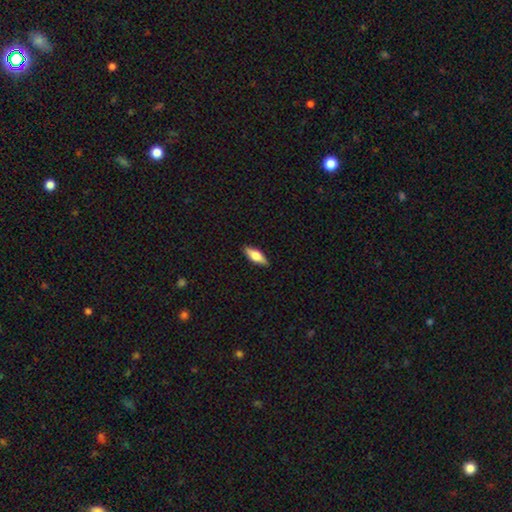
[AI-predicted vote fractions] Smooth or featured? Predicted: smooth (p=0.60). How rounded? Predicted: in between (p=0.64). Merging? Predicted: none (p=0.88).